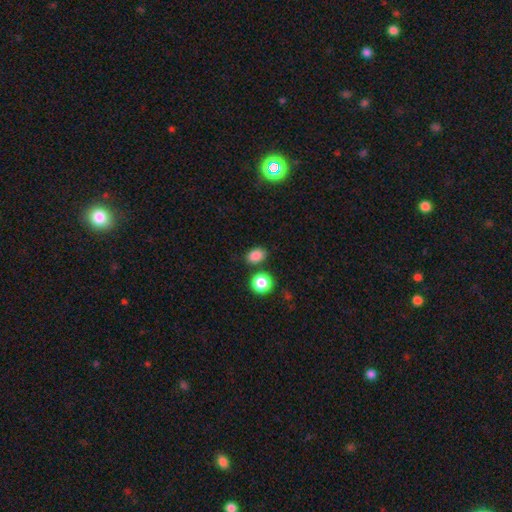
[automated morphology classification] A smooth galaxy with no disk features (84%) that is in between round and cigar-shaped (70%).

Vote fractions:
- Smooth or featured? smooth: 84% / star or artifact: 12% / featured or disk: 4%
- How rounded? in between: 70% / round: 28% / cigar-shaped: 1%
- Merging? none: 77% / minor disturbance: 11% / merger: 9% / major disturbance: 3%